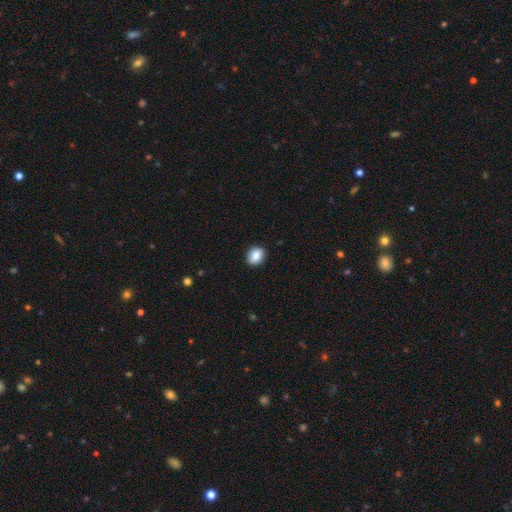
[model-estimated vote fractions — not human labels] Smooth or featured? smooth (87%)
How rounded? round (51%)
Merging? none (90%)